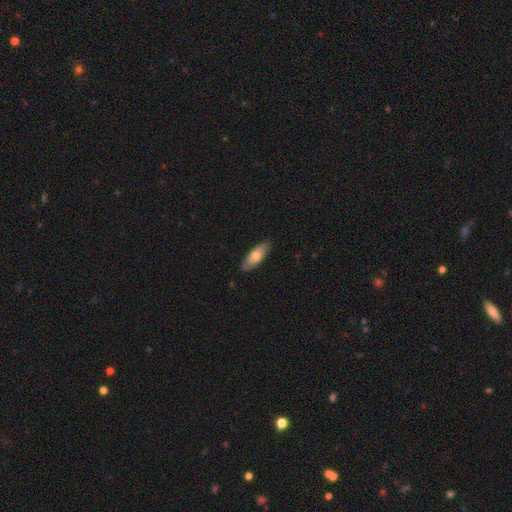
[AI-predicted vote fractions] This appears to be a smooth galaxy with no disk features (70%) that is in between round and cigar-shaped (71%). Merging: none (85%).